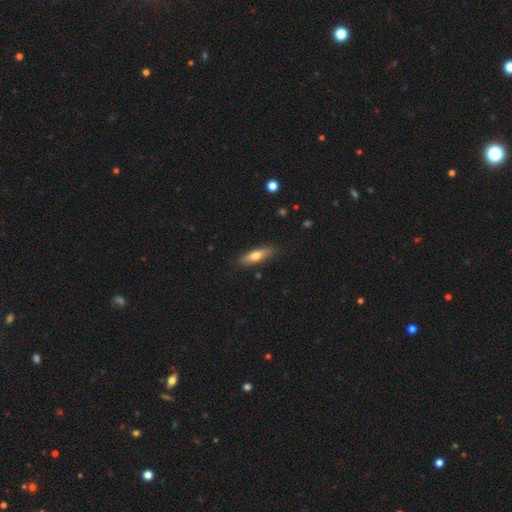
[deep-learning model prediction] A smooth galaxy with no disk features (59%) that is cigar-shaped (64%). Merging: none (86%).